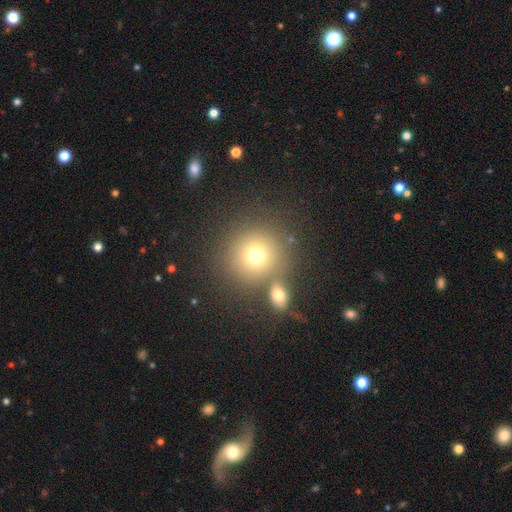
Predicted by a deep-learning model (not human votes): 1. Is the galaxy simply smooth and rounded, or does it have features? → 73% smooth, 15% star or artifact, 12% featured or disk.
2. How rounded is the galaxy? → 91% round, 8% in between, 1% cigar-shaped.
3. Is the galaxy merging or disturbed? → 68% none, 19% merger, 9% minor disturbance, 4% major disturbance.